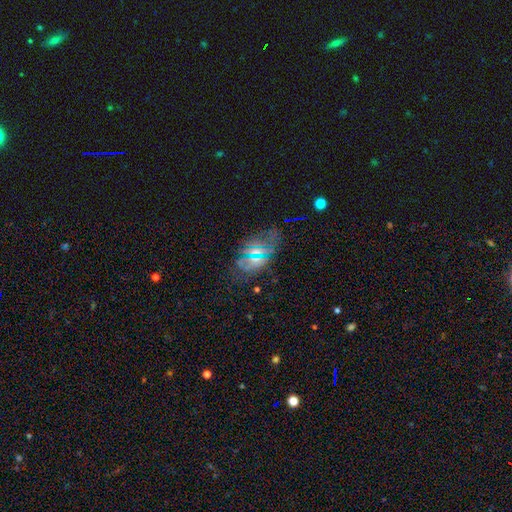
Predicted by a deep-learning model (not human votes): Q: Smooth or featured?
A: star or artifact (39%); runner-up: smooth (35%)